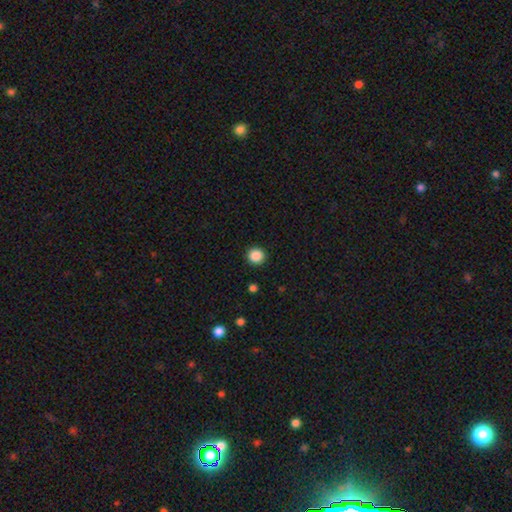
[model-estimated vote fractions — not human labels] A smooth galaxy with no disk features (87%) that is round (94%). Merging: none (93%).